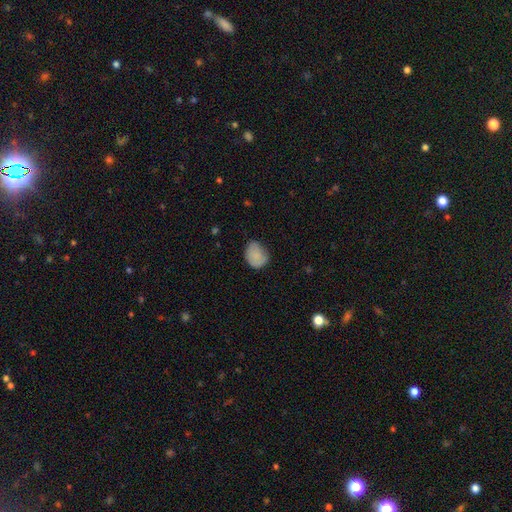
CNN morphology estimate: Q: Smooth or featured?
A: smooth (81%); runner-up: featured or disk (12%)
Q: How rounded?
A: in between (50%); runner-up: round (49%)
Q: Merging?
A: none (59%); runner-up: minor disturbance (32%)